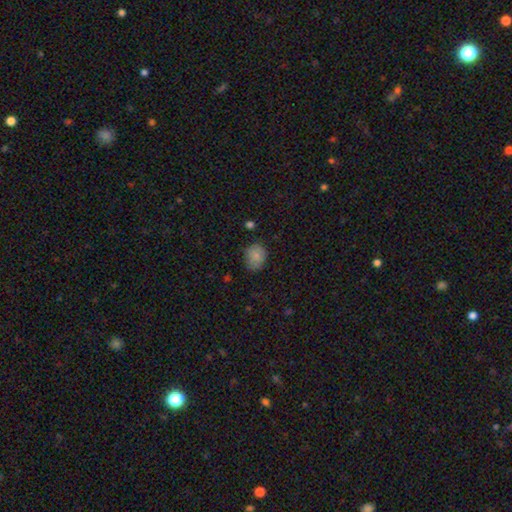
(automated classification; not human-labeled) Smooth or featured? smooth (83%)
How rounded? in between (55%)
Merging? none (72%)